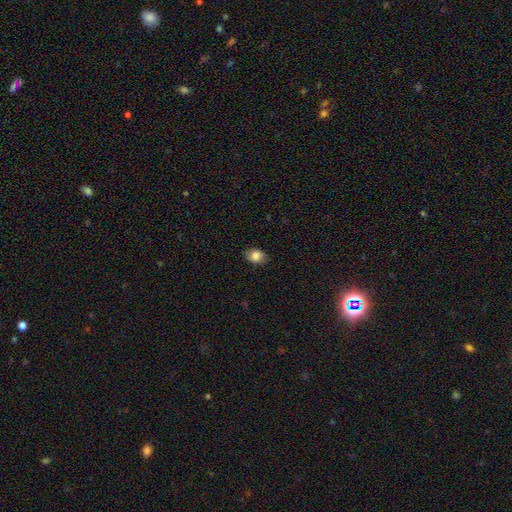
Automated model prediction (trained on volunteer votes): Morphology: type=smooth (84%); roundness=in between (66%); merging=none (83%).